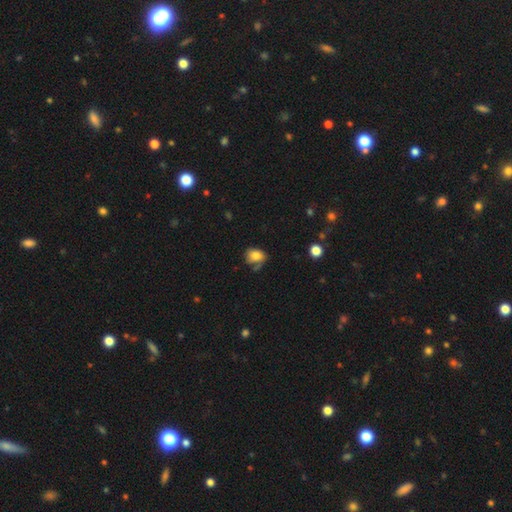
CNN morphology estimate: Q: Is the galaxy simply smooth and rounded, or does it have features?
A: smooth — 76%.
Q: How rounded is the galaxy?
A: in between — 57%.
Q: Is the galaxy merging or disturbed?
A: none — 50%.